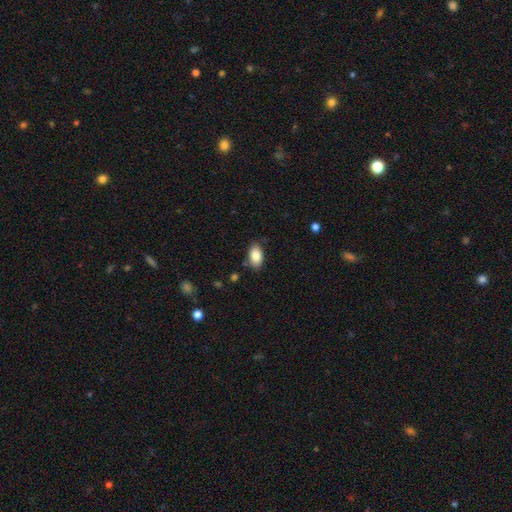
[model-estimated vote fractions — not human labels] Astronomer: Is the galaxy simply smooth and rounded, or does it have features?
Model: smooth — 84%.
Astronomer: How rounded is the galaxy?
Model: in between — 92%.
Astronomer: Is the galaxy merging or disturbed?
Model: none — 83%.